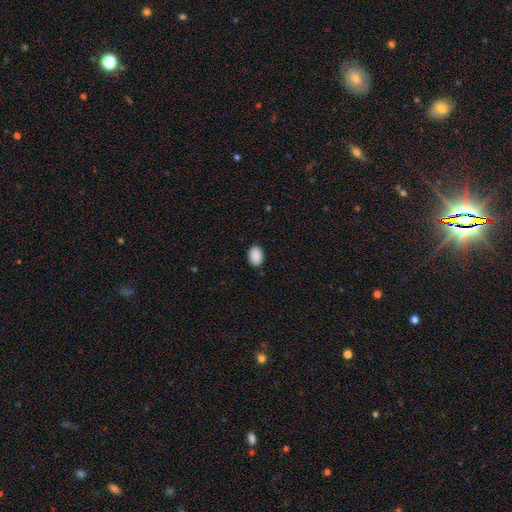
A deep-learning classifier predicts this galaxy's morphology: Overall: smooth (90%). How rounded: in between (82%). Merging: none (87%).